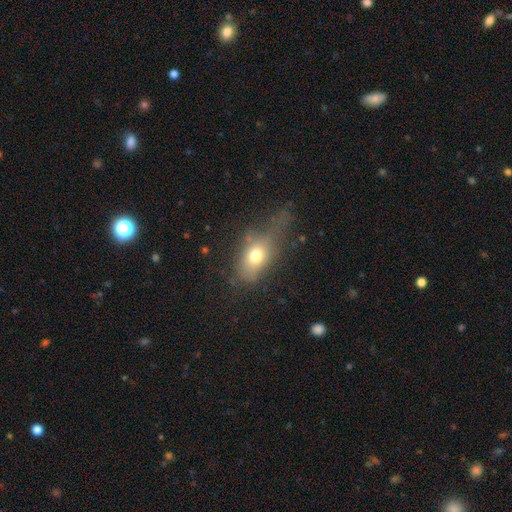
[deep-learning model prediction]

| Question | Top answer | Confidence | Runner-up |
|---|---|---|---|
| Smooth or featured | smooth | 71% | featured or disk (18%) |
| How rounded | in between | 79% | round (16%) |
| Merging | major disturbance | 35% | none (34%) |